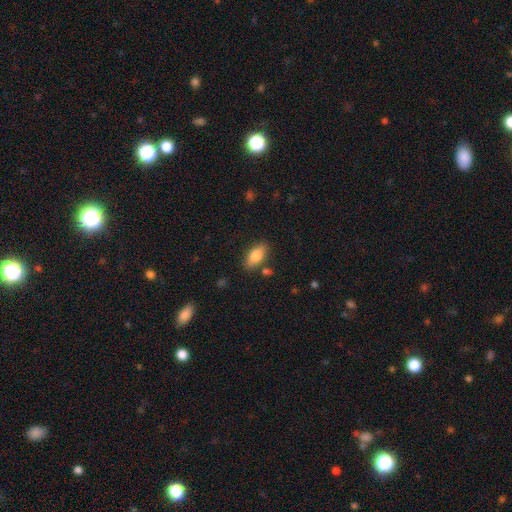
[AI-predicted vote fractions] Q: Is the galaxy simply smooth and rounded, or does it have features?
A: smooth — 82%.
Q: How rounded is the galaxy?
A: in between — 90%.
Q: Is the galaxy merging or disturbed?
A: none — 82%.